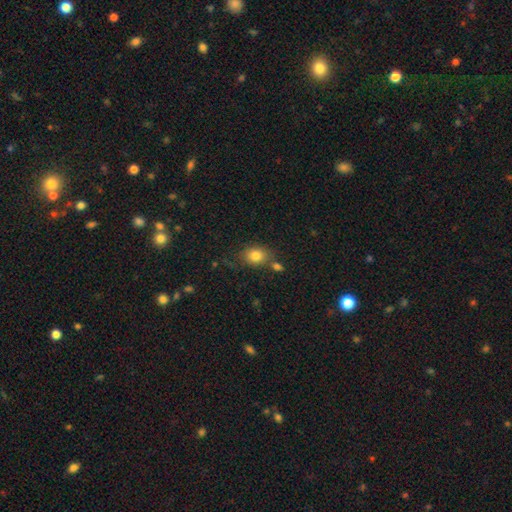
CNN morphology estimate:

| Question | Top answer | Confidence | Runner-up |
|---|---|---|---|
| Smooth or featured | smooth | 82% | star or artifact (10%) |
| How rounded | round | 52% | in between (47%) |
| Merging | none | 66% | minor disturbance (15%) |